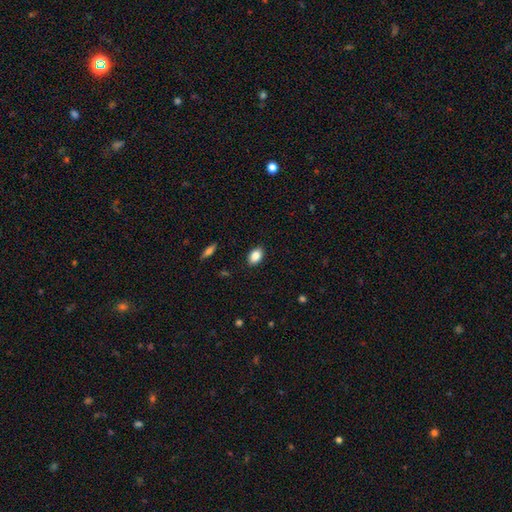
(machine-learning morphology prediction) smooth-or-featured: smooth: 87% | star or artifact: 8% | featured or disk: 5%
  how-rounded: in between: 86% | round: 12% | cigar-shaped: 2%
  merging: none: 88% | minor disturbance: 8% | major disturbance: 2% | merger: 1%